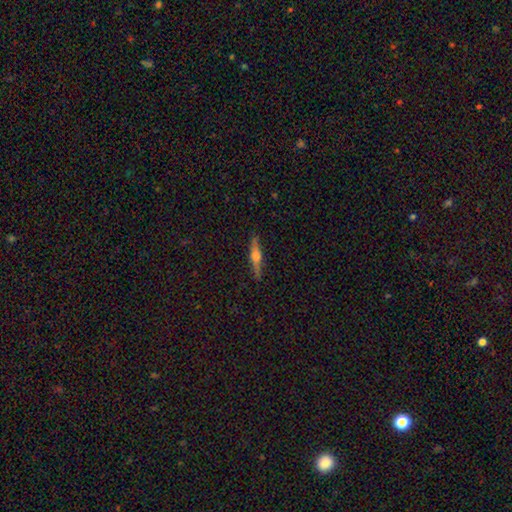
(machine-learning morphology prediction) Smooth or featured? featured or disk (65%)
Edge-on disk? yes (97%)
Edge-on bulge? rounded (89%)
Merging? none (89%)